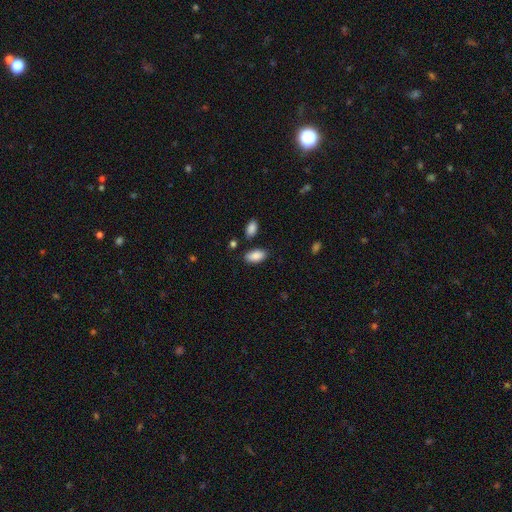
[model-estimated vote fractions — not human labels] Overall: smooth (88%). How rounded: in between (94%). Merging: none (82%).